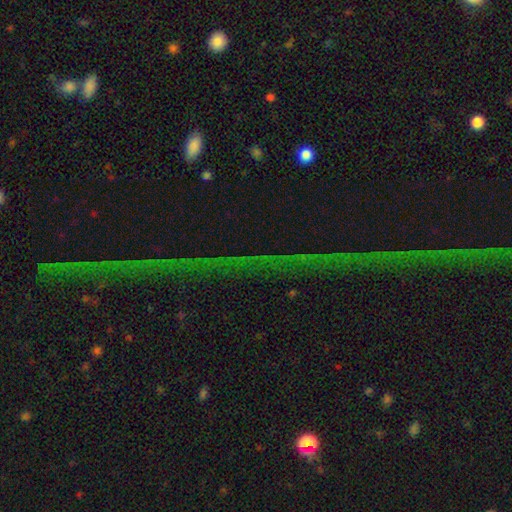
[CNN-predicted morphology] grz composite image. It shows a star or artifact, not a galaxy (76%).